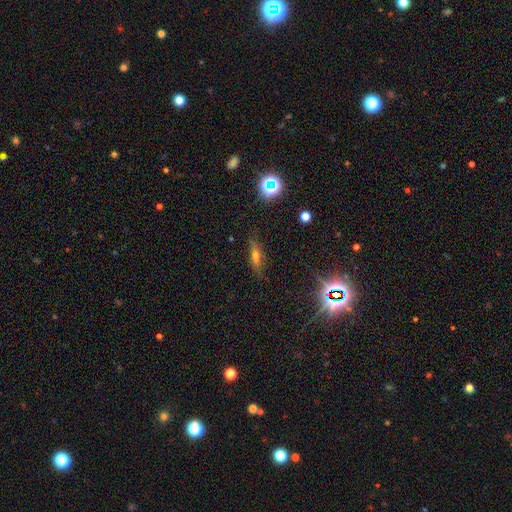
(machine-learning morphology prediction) Smooth or featured? smooth (45%)
Merging? none (77%)